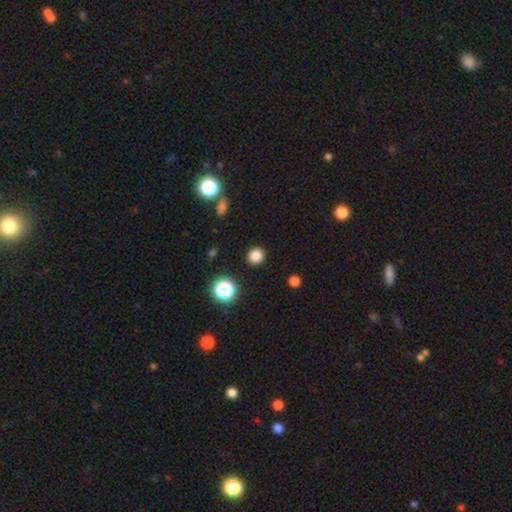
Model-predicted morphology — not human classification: Overall: smooth (83%). How rounded: round (86%). Merging: none (91%).